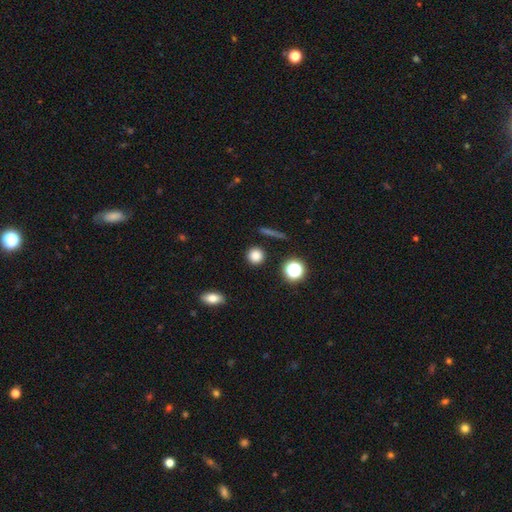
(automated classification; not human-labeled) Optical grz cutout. It shows a smooth galaxy with no disk features (82%) that is round (91%). Merging: none (90%).